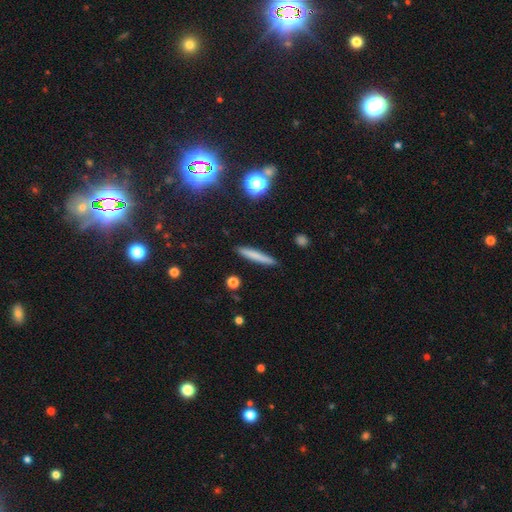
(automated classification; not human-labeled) smooth_or_featured: smooth (p=0.73) [alt: featured or disk p=0.19]
how_rounded: cigar-shaped (p=0.94) [alt: in between p=0.04]
merging: none (p=0.91) [alt: minor disturbance p=0.07]